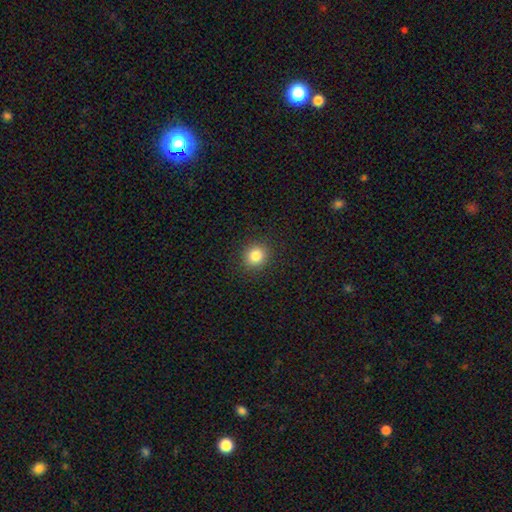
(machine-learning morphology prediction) Smooth or featured?
  - smooth: 83% *
  - star or artifact: 11%
  - featured or disk: 5%
How rounded?
  - round: 84% *
  - in between: 15%
  - cigar-shaped: 1%
Merging?
  - none: 91% *
  - minor disturbance: 6%
  - major disturbance: 2%
  - merger: 1%